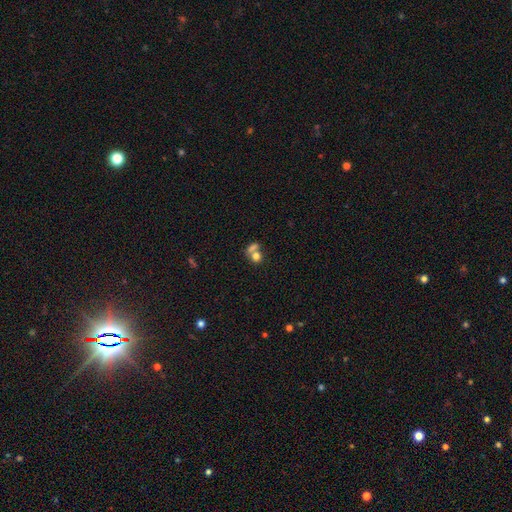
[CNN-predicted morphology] A smooth galaxy with no disk features (73%) that is round (69%).

Vote fractions:
- Smooth or featured? smooth: 73% / featured or disk: 14% / star or artifact: 13%
- How rounded? round: 69% / in between: 29% / cigar-shaped: 2%
- Merging? merger: 52% / none: 35% / minor disturbance: 7% / major disturbance: 6%